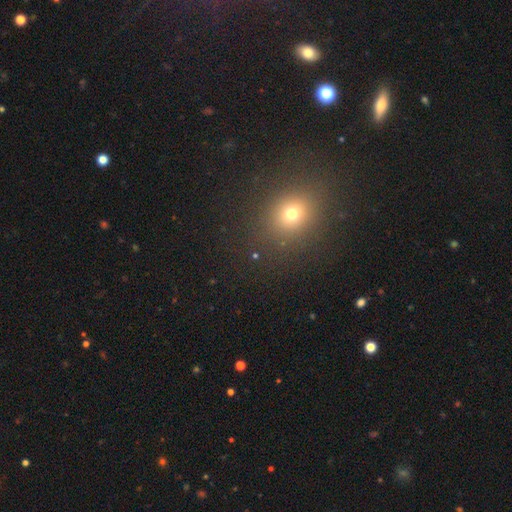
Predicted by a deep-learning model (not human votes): The model was most divided on "smooth or featured": smooth: 58%, star or artifact: 34%, featured or disk: 8%. More confident: merging — none (86%); how rounded — round (74%).